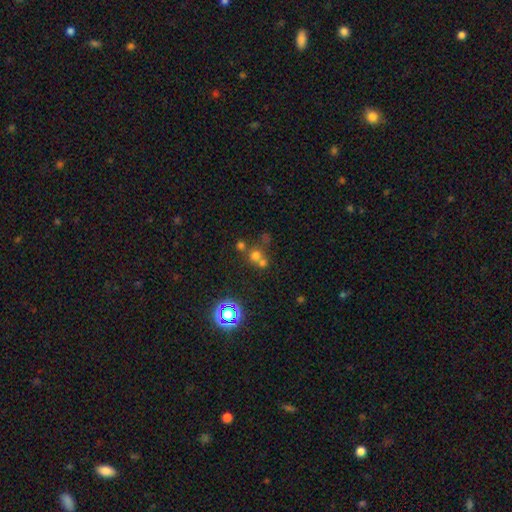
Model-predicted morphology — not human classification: type=smooth (56%); roundness=round (87%); merging=merger (45%, tied with none).